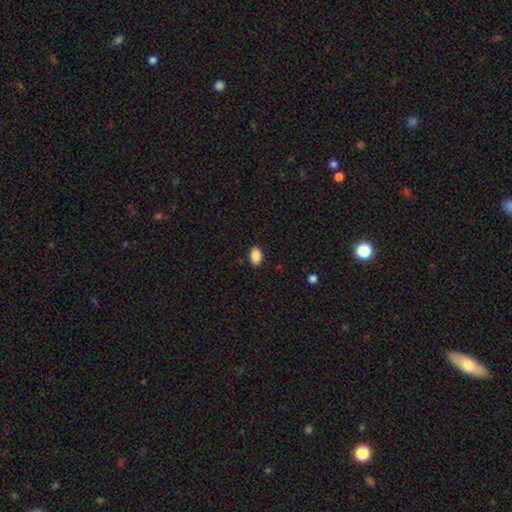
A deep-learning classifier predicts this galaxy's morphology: Smooth or featured? smooth (89%)
How rounded? in between (91%)
Merging? none (87%)